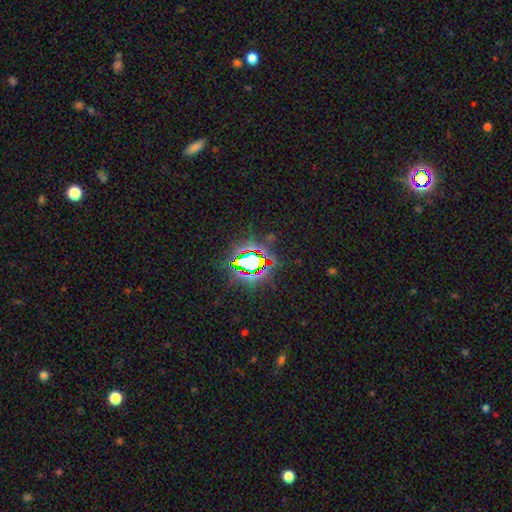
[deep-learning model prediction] Q: Smooth or featured?
A: star or artifact (80%); runner-up: smooth (11%)